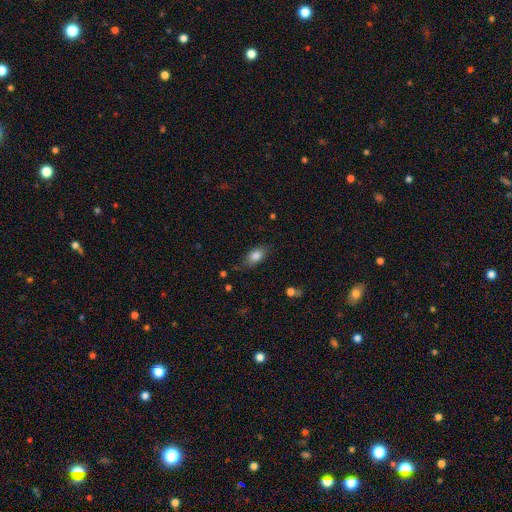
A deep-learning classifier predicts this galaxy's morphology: Overall: smooth (82%). How rounded: in between (86%). Merging: none (77%).